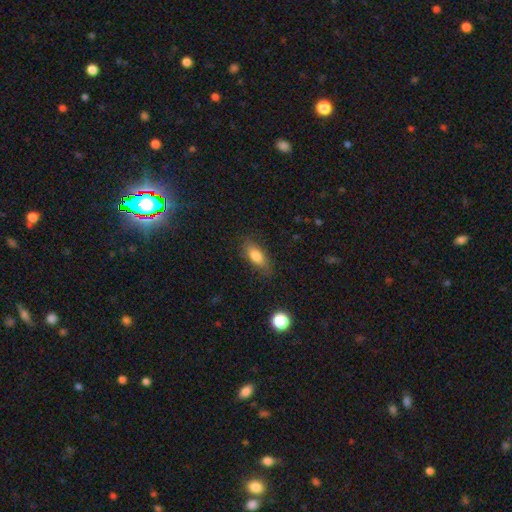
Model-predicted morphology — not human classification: A smooth galaxy with no disk features (78%) that is in between round and cigar-shaped (77%). Merging: none (80%).